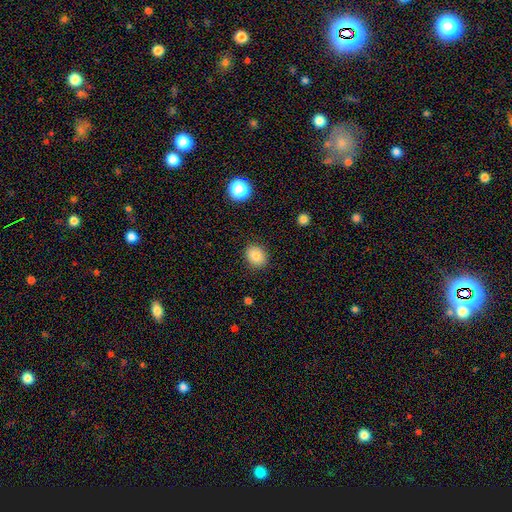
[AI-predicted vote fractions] Morphology: type=smooth (85%); roundness=round (54%); merging=none (87%).